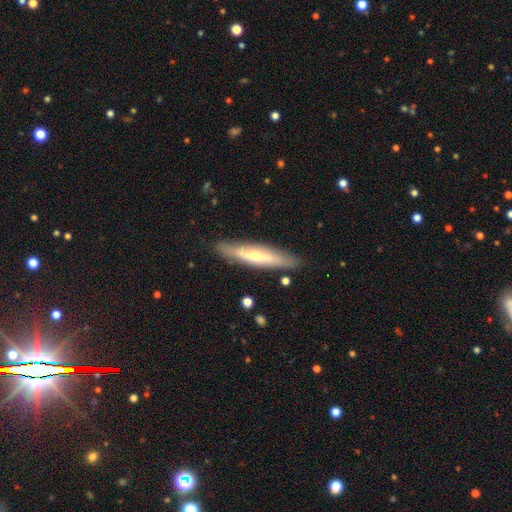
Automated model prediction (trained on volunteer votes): This appears to be a featured or disk galaxy (50%) viewed edge-on (81%). Merging: none (86%).